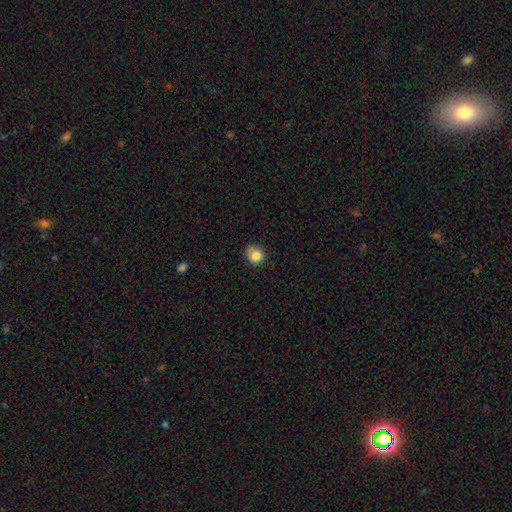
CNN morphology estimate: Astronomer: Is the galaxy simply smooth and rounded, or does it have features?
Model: smooth — 84%.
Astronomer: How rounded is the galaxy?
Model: round — 81%.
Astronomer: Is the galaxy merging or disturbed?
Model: none — 66%.